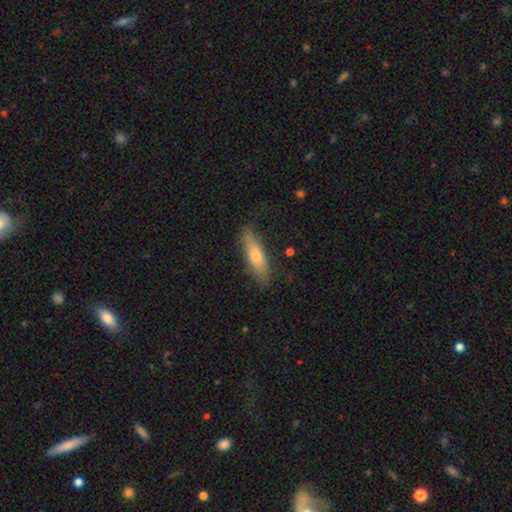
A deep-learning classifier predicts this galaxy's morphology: A smooth galaxy with no disk features (64%) that is cigar-shaped (72%). Merging: none (83%).